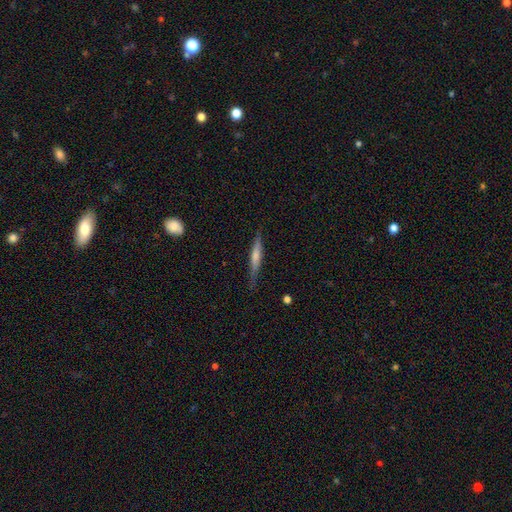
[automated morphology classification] smooth-or-featured: smooth: 52% | featured or disk: 42% | star or artifact: 6%
  how-rounded: cigar-shaped: 91% | in between: 7% | round: 2%
  merging: none: 80% | minor disturbance: 15% | major disturbance: 3% | merger: 1%